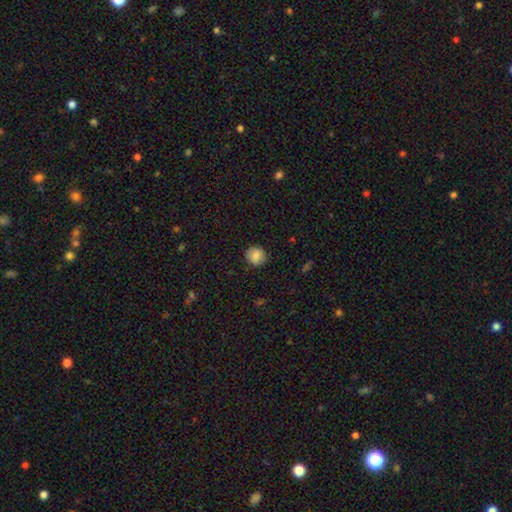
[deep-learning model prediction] smooth_or_featured: smooth (p=0.84) [alt: star or artifact p=0.09]
how_rounded: round (p=0.87) [alt: in between p=0.12]
merging: none (p=0.88) [alt: minor disturbance p=0.09]